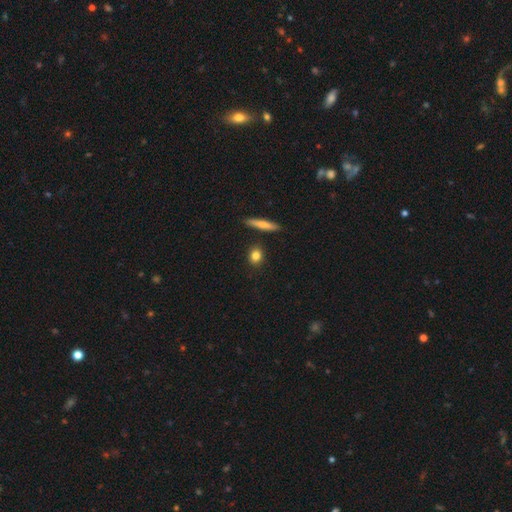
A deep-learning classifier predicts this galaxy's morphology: Q: Smooth or featured?
A: smooth (81%); runner-up: featured or disk (10%)
Q: How rounded?
A: round (59%); runner-up: in between (32%)
Q: Merging?
A: none (86%); runner-up: minor disturbance (8%)